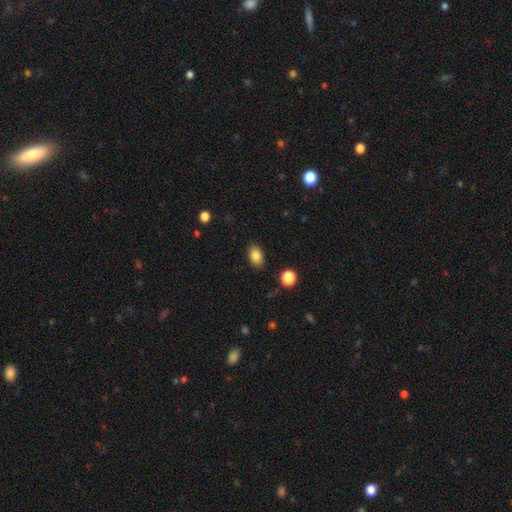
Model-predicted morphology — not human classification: Overall: smooth (85%). How rounded: in between (86%). Merging: none (87%).